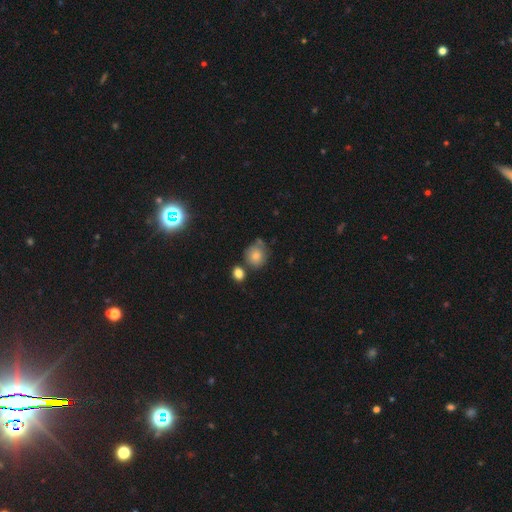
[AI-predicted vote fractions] The model was most divided on "merging": none: 57%, minor disturbance: 20%, merger: 17%, major disturbance: 6%. More confident: how rounded — round (80%); smooth or featured — smooth (79%).